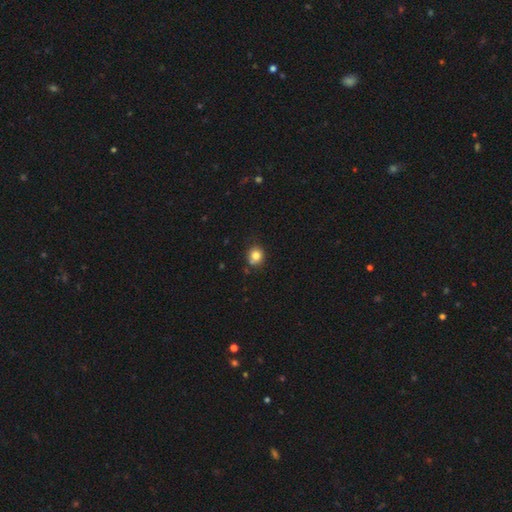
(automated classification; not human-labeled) A smooth galaxy with no disk features (82%) that is round (82%). Merging: none (76%).